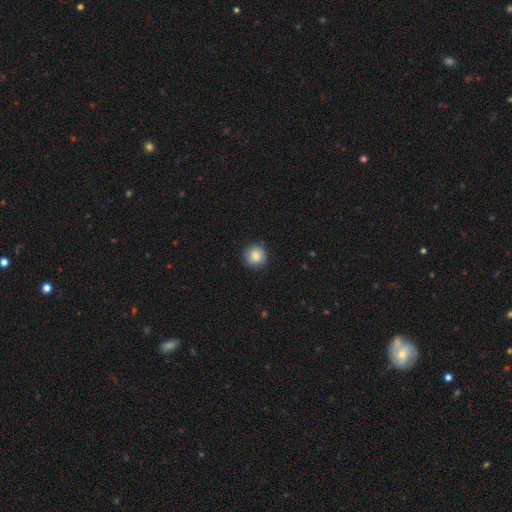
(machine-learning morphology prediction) The model was most divided on "smooth or featured": smooth: 81%, featured or disk: 11%, star or artifact: 8%. More confident: how rounded — round (92%); merging — none (86%).